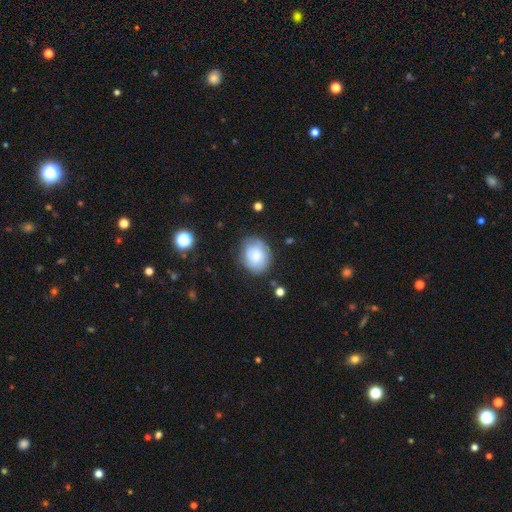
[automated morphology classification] smooth 68%, featured or disk 24%, star or artifact 8%. Down the decision tree: how rounded — round (53%); merging — none (72%).